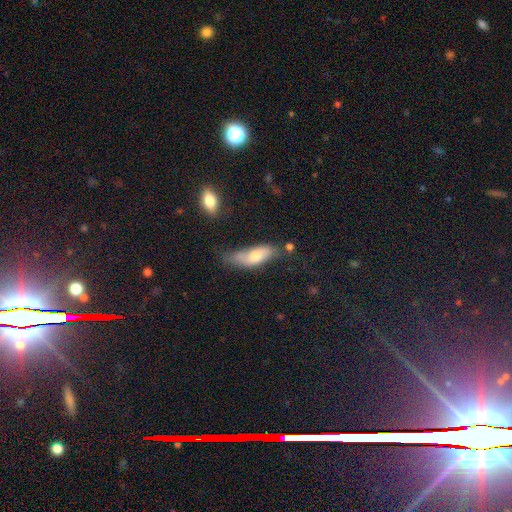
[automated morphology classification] smooth 66%, featured or disk 27%, star or artifact 7%. Down the decision tree: how rounded — in between (68%); merging — none (41%).